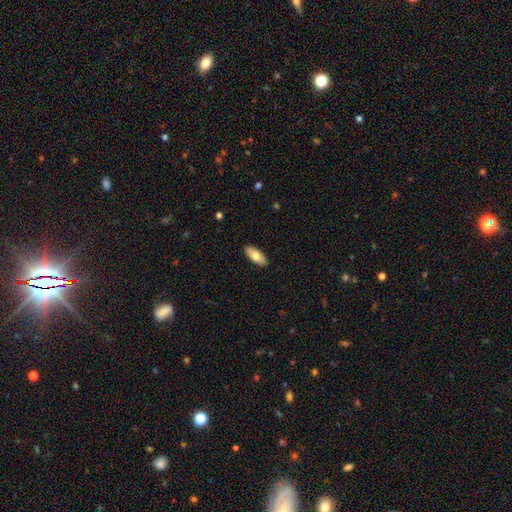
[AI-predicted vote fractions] This is likely a smooth galaxy (75%). How rounded: clearly in between (84%). Merging: clearly none (90%).